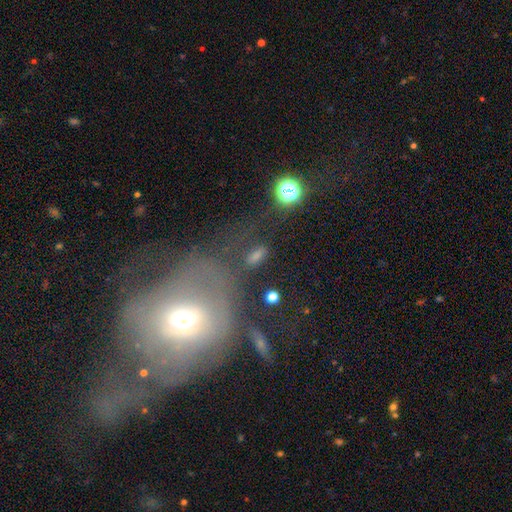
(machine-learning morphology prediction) Overall: smooth (56%; featured or disk 24%). How rounded: in between (72%). Merging: none (52%; major disturbance 17%).